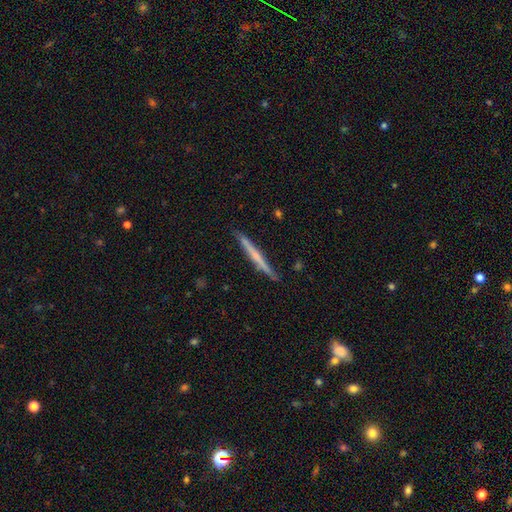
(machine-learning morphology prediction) Q: Smooth or featured?
A: featured or disk (54%); runner-up: smooth (40%)
Q: Edge-on disk?
A: yes (97%); runner-up: no (3%)
Q: Edge-on bulge?
A: none (68%); runner-up: rounded (24%)
Q: Merging?
A: none (89%); runner-up: minor disturbance (8%)